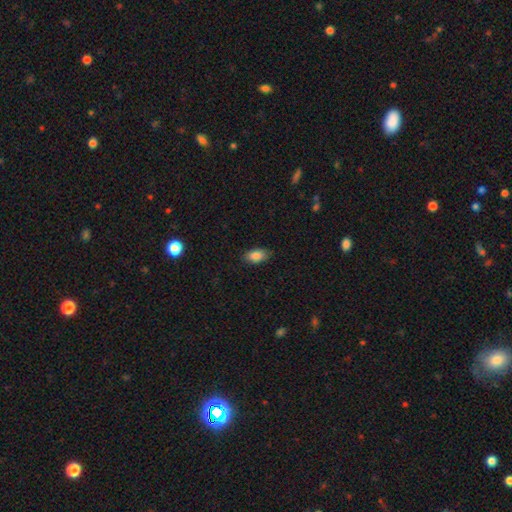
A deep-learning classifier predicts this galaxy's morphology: Smooth or featured?
  - smooth: 86% *
  - star or artifact: 8%
  - featured or disk: 6%
How rounded?
  - in between: 91% *
  - round: 5%
  - cigar-shaped: 4%
Merging?
  - none: 84% *
  - minor disturbance: 13%
  - major disturbance: 3%
  - merger: 1%